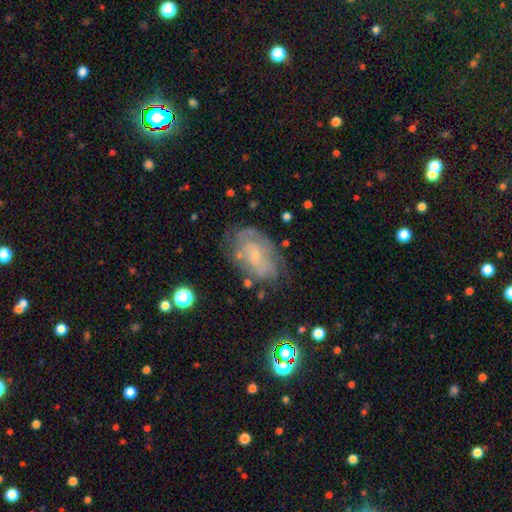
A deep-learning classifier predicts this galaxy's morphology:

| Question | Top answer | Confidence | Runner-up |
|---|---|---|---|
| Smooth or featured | featured or disk | 69% | smooth (22%) |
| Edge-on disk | no | 95% | yes (5%) |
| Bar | no | 70% | weak (25%) |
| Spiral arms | yes | 73% | no (27%) |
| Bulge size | small | 77% | moderate (17%) |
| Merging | none | 62% | minor disturbance (23%) |